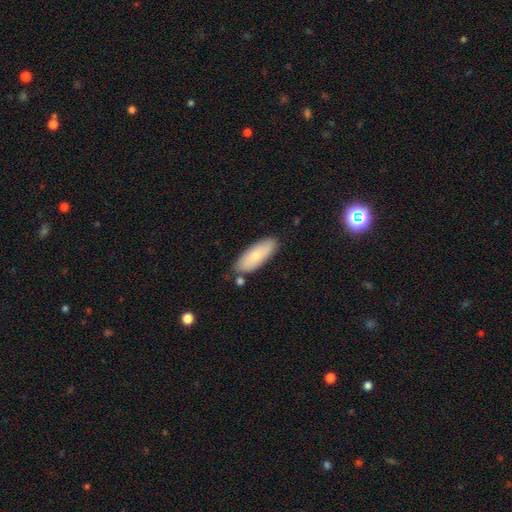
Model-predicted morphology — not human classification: Smooth or featured?
  - smooth: 76% *
  - featured or disk: 18%
  - star or artifact: 6%
How rounded?
  - in between: 73% *
  - cigar-shaped: 25%
  - round: 2%
Merging?
  - none: 78% *
  - minor disturbance: 15%
  - merger: 5%
  - major disturbance: 3%